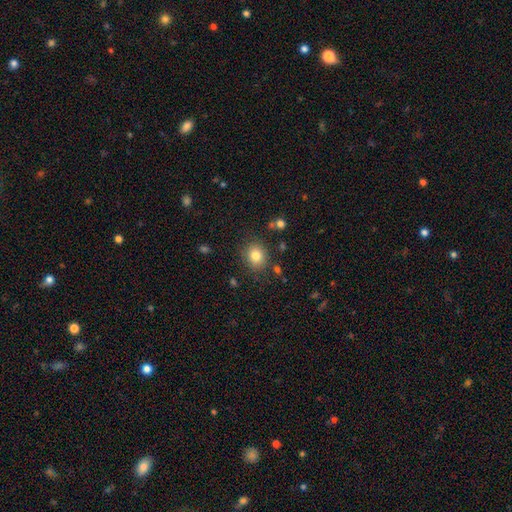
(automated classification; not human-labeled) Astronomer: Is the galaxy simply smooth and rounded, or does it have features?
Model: smooth — 81%.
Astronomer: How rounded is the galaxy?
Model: round — 75%.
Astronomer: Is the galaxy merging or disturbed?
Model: none — 85%.